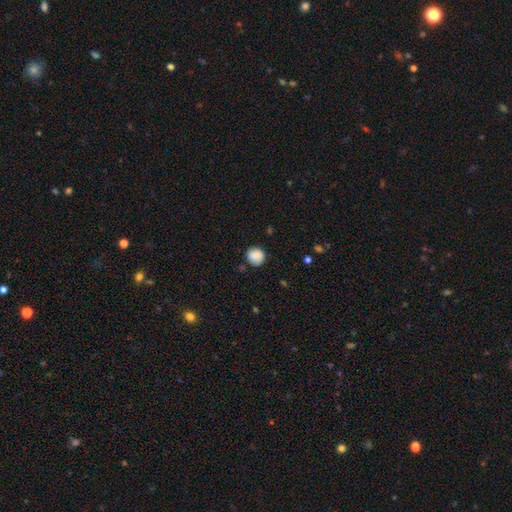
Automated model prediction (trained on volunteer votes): Smooth or featured?
  - smooth: 84% *
  - star or artifact: 8%
  - featured or disk: 7%
How rounded?
  - round: 86% *
  - in between: 13%
  - cigar-shaped: 1%
Merging?
  - none: 78% *
  - minor disturbance: 16%
  - major disturbance: 4%
  - merger: 2%